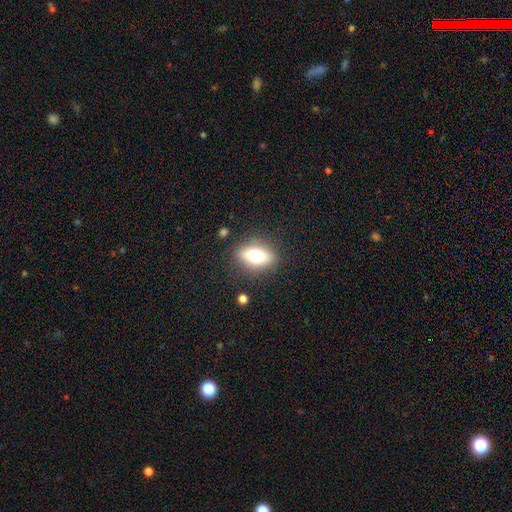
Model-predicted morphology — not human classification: Smooth or featured: smooth — 69% (featured or disk — 22%)
How rounded: in between — 78% (cigar-shaped — 11%)
Merging: none — 83% (minor disturbance — 11%)